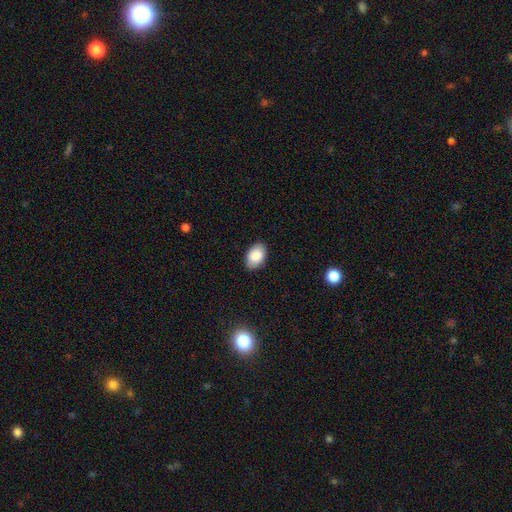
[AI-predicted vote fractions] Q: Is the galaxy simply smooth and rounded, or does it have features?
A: smooth — 87%.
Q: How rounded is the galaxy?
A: in between — 90%.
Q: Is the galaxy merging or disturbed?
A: none — 87%.